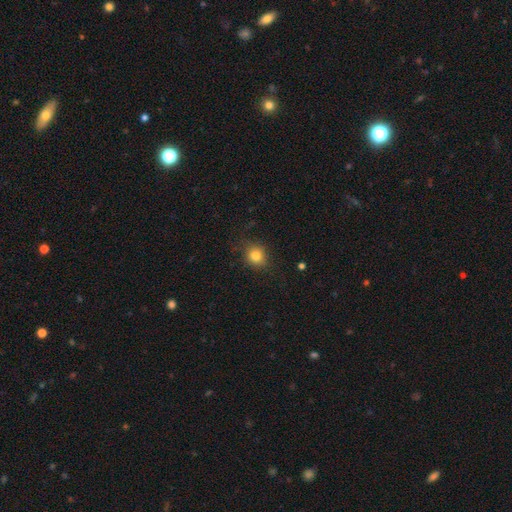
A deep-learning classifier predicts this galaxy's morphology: smooth-or-featured: smooth: 81% | star or artifact: 12% | featured or disk: 7%
  how-rounded: round: 81% | in between: 18% | cigar-shaped: 1%
  merging: none: 82% | minor disturbance: 13% | major disturbance: 4% | merger: 1%